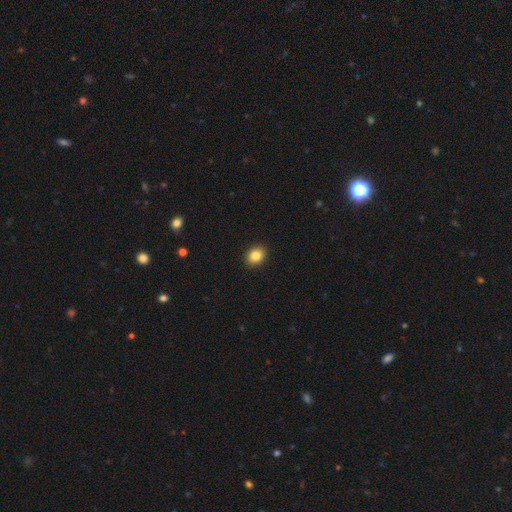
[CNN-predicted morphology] Smooth or featured?
  - smooth: 86% *
  - star or artifact: 9%
  - featured or disk: 5%
How rounded?
  - round: 53% *
  - in between: 46%
  - cigar-shaped: 1%
Merging?
  - none: 91% *
  - minor disturbance: 6%
  - major disturbance: 2%
  - merger: 1%